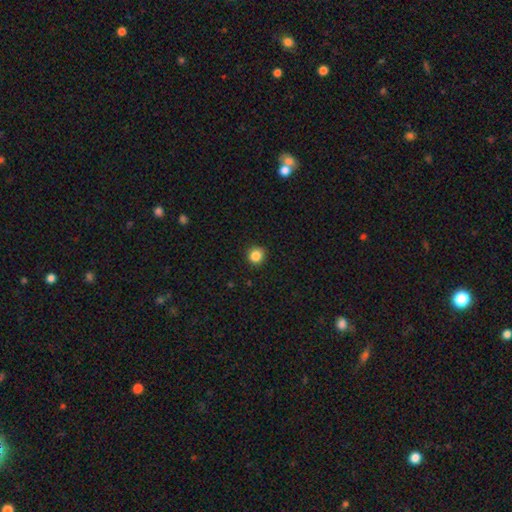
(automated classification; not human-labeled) A smooth galaxy with no disk features (86%) that is round (91%).

Vote fractions:
- Smooth or featured? smooth: 86% / star or artifact: 11% / featured or disk: 3%
- How rounded? round: 91% / in between: 8% / cigar-shaped: 1%
- Merging? none: 91% / minor disturbance: 6% / major disturbance: 2% / merger: 1%